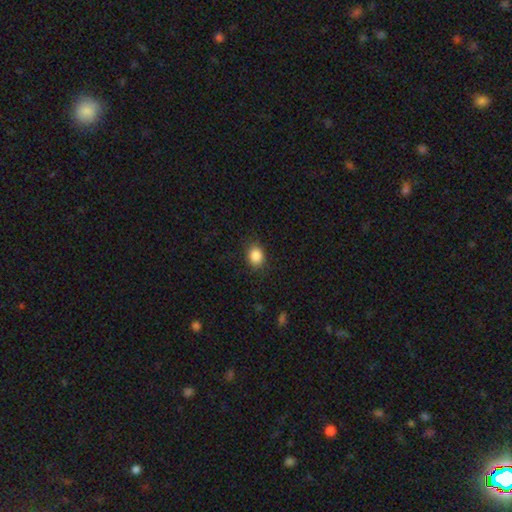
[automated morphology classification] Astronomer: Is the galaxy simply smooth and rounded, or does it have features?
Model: smooth — 87%.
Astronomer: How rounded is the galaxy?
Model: in between — 53% (runner-up: round, 46%).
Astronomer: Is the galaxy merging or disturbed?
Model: none — 85%.